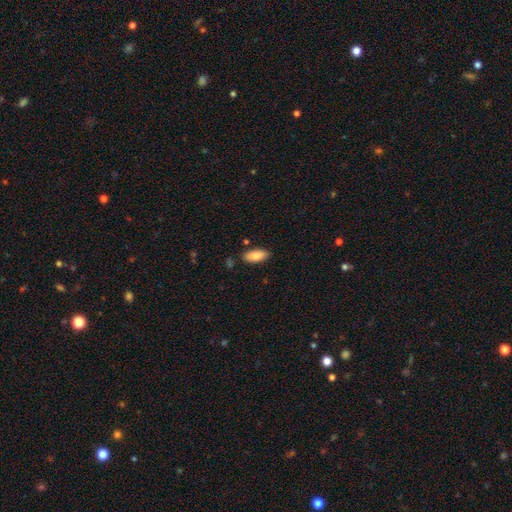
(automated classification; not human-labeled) This appears to be a smooth galaxy with no disk features (86%) that is in between round and cigar-shaped (86%). Merging: none (84%).